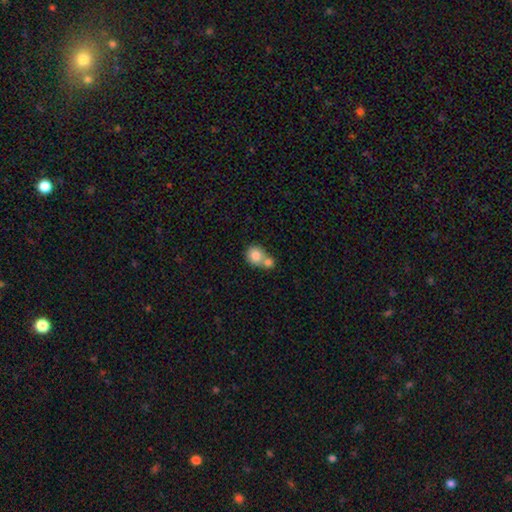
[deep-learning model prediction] smooth 80%, featured or disk 11%, star or artifact 9%. Down the decision tree: how rounded — round (80%); merging — merger (57%).